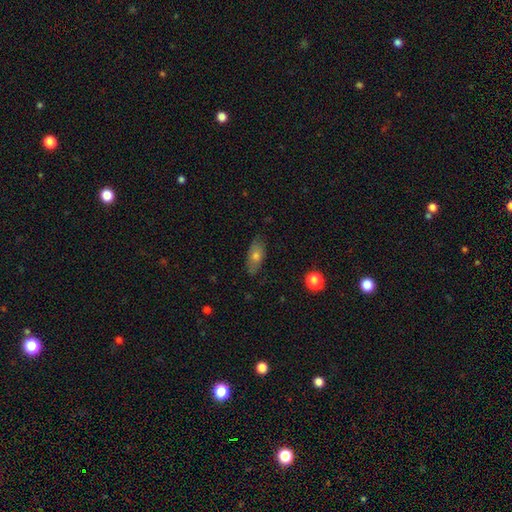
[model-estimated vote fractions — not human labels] A smooth galaxy with no disk features (59%) that is in between round and cigar-shaped (78%). Merging: none (81%).